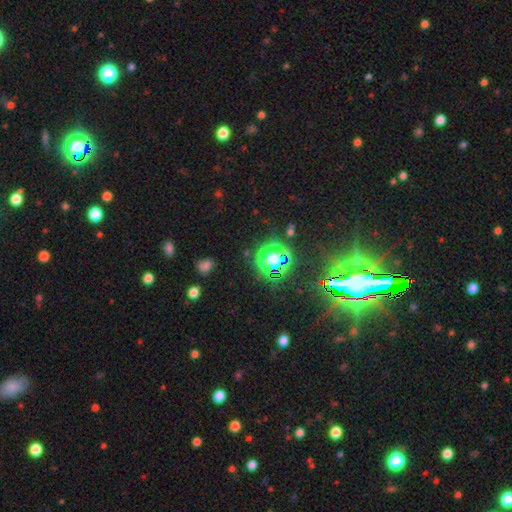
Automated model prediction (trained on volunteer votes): This appears to be a star or artifact, not a galaxy (82%).